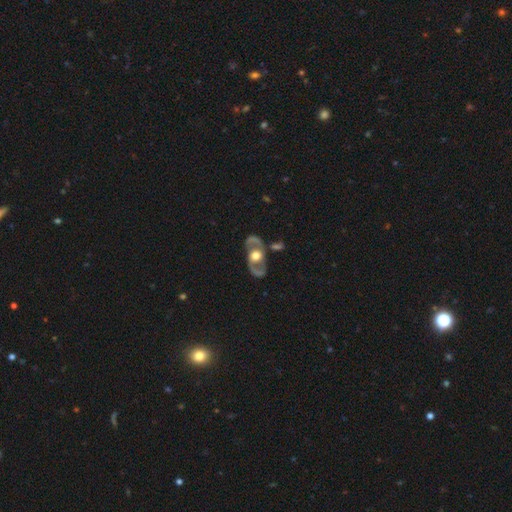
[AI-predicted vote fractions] Smooth or featured? Predicted: featured or disk (p=0.77). Edge-on disk? Predicted: no (p=0.89). Bar? Predicted: no (p=0.79). Spiral arms? Predicted: yes (p=0.54). Bulge size? Predicted: moderate (p=0.50). Merging? Predicted: none (p=0.75).